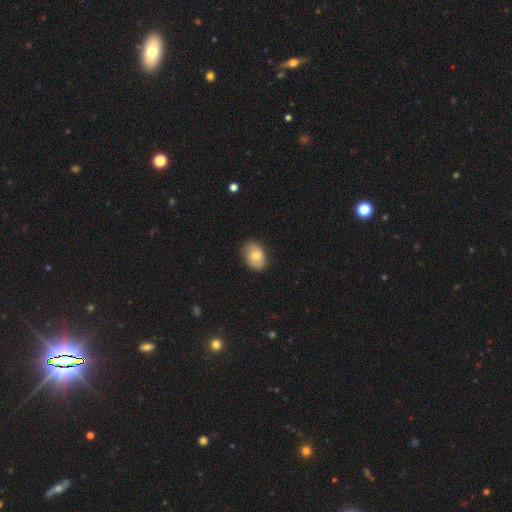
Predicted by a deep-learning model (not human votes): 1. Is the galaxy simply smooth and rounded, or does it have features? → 73% smooth, 21% featured or disk, 7% star or artifact.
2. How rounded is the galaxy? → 81% in between, 17% round, 1% cigar-shaped.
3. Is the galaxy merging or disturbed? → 81% none, 15% minor disturbance, 3% major disturbance, 1% merger.